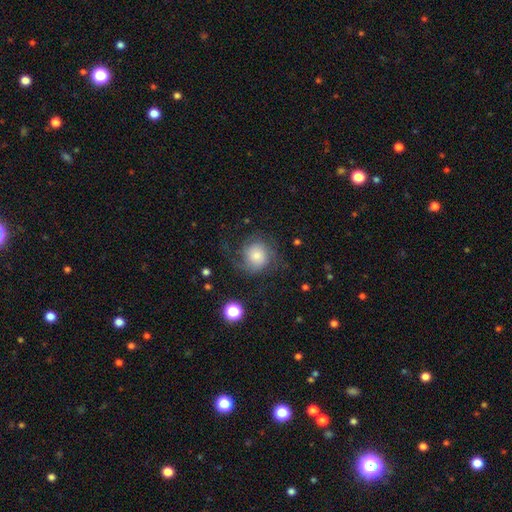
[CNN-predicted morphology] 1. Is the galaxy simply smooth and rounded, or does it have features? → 60% featured or disk, 30% smooth, 10% star or artifact.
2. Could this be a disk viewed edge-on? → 98% no, 2% yes.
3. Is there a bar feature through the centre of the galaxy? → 75% no, 21% weak, 4% strong.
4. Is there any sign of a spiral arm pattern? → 91% yes, 9% no.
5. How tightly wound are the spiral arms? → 42% medium, 33% loose, 25% tight.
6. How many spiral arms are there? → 55% 2, 15% can't tell, 12% 1, 10% 3, 4% 4, 4% more than 4.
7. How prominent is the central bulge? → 39% moderate, 34% small, 17% large, 5% dominant, 4% none.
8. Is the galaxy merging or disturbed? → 60% none, 20% major disturbance, 18% minor disturbance, 2% merger.